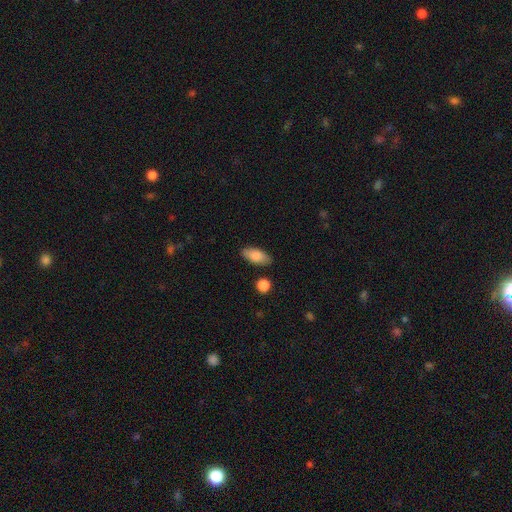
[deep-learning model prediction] smooth_or_featured: smooth (p=0.86) [alt: featured or disk p=0.08]
how_rounded: in between (p=0.88) [alt: cigar-shaped p=0.10]
merging: none (p=0.84) [alt: minor disturbance p=0.11]